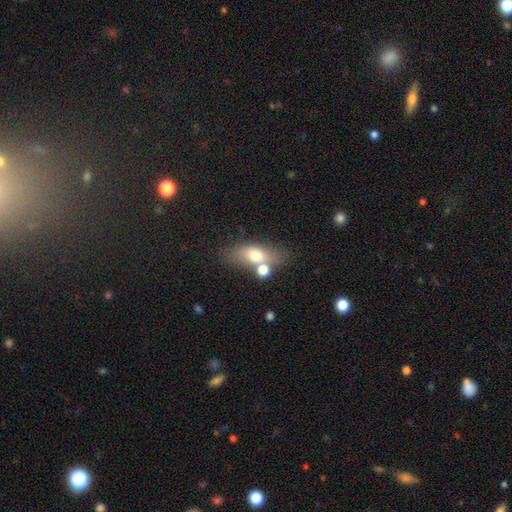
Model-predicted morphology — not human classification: A smooth galaxy with no disk features (68%) that is in between round and cigar-shaped (74%).

Vote fractions:
- Smooth or featured? smooth: 68% / featured or disk: 23% / star or artifact: 9%
- How rounded? in between: 74% / cigar-shaped: 14% / round: 11%
- Merging? none: 53% / merger: 27% / minor disturbance: 13% / major disturbance: 6%